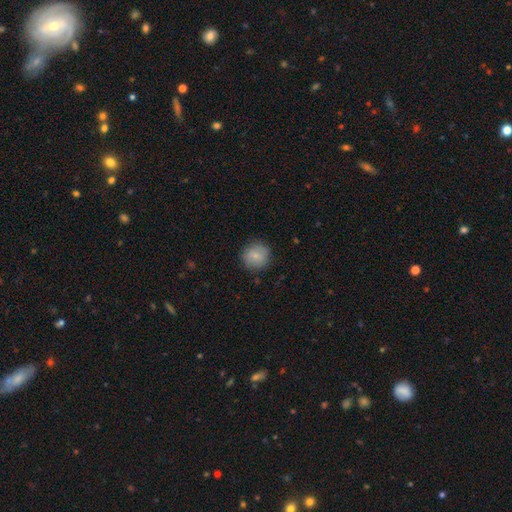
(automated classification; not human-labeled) smooth 81%, featured or disk 11%, star or artifact 8%. Down the decision tree: how rounded — round (91%); merging — none (85%).